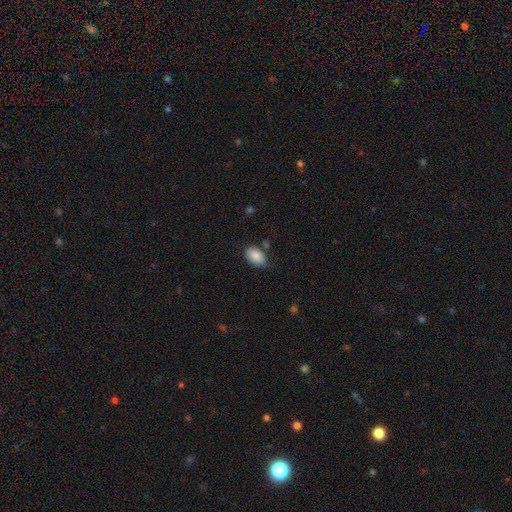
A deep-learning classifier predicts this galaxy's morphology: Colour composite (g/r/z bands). It shows a smooth galaxy with no disk features (86%) that is in between round and cigar-shaped (90%). Merging: none (65%).